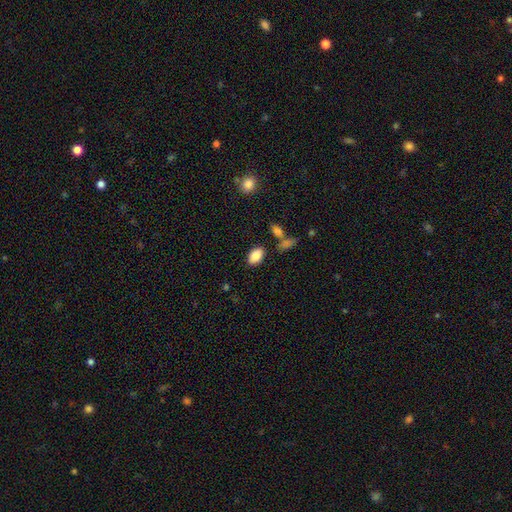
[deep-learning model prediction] Smooth or featured?
  - smooth: 86% *
  - star or artifact: 8%
  - featured or disk: 6%
How rounded?
  - in between: 91% *
  - round: 7%
  - cigar-shaped: 2%
Merging?
  - none: 80% *
  - minor disturbance: 11%
  - merger: 6%
  - major disturbance: 3%